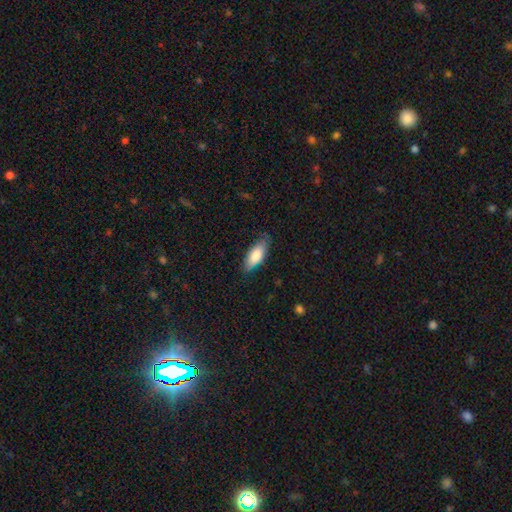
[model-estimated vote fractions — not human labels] Smooth or featured? Predicted: smooth (p=0.79). How rounded? Predicted: in between (p=0.75). Merging? Predicted: none (p=0.77).